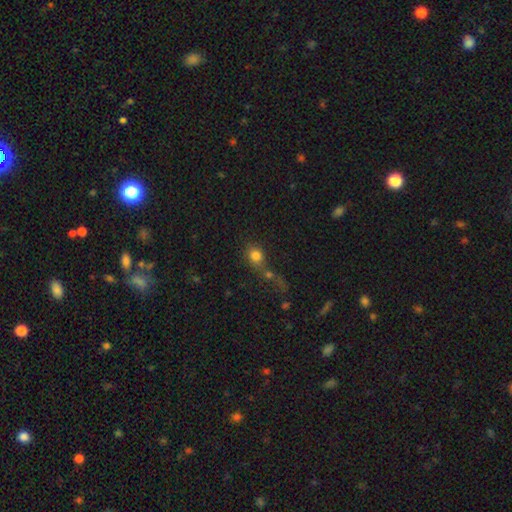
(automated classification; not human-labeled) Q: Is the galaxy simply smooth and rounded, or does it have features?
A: smooth — 78%.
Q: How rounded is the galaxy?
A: round — 74%.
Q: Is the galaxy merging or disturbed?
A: merger — 47%.